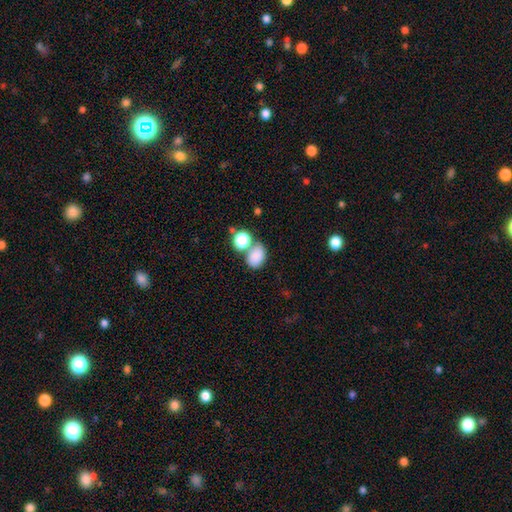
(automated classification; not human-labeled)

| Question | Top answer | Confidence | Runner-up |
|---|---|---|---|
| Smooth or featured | smooth | 82% | star or artifact (11%) |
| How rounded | in between | 72% | round (27%) |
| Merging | none | 50% | merger (31%) |